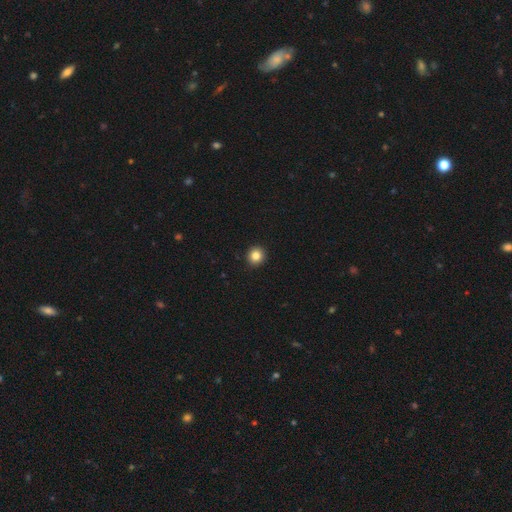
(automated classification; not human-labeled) Smooth or featured: smooth — 85% (star or artifact — 11%)
How rounded: round — 93% (in between — 6%)
Merging: none — 93% (minor disturbance — 4%)